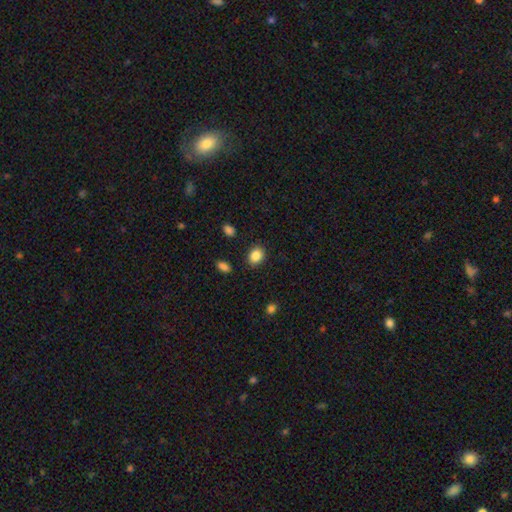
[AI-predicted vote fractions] The model was most divided on "how rounded": in between: 56%, round: 43%, cigar-shaped: 1%. More confident: smooth or featured — smooth (87%); merging — none (86%).